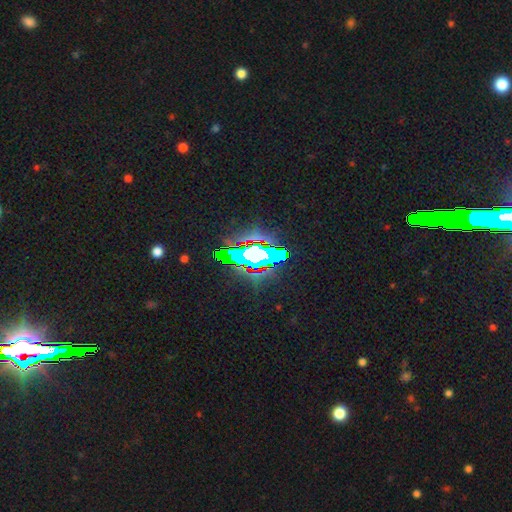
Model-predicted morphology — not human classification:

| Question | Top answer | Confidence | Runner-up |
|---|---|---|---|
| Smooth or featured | star or artifact | 62% | featured or disk (20%) |